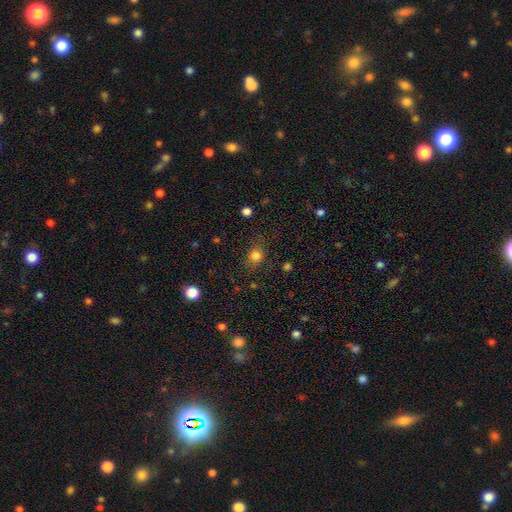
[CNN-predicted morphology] Smooth or featured?
  - smooth: 78% *
  - star or artifact: 14%
  - featured or disk: 8%
How rounded?
  - round: 58% *
  - in between: 40%
  - cigar-shaped: 2%
Merging?
  - none: 72% *
  - minor disturbance: 18%
  - major disturbance: 8%
  - merger: 2%